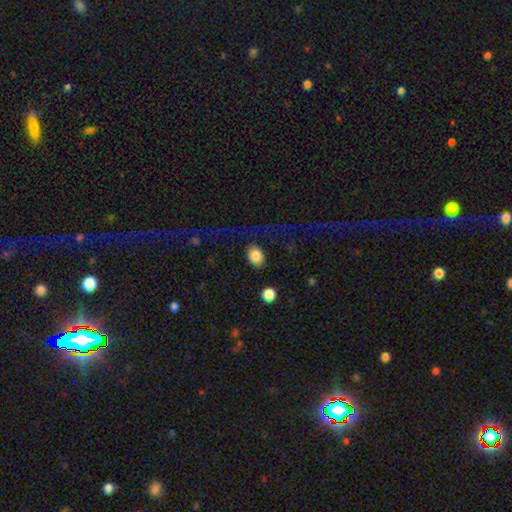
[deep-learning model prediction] A smooth galaxy with no disk features (84%) that is in between round and cigar-shaped (54%). Merging: none (76%).